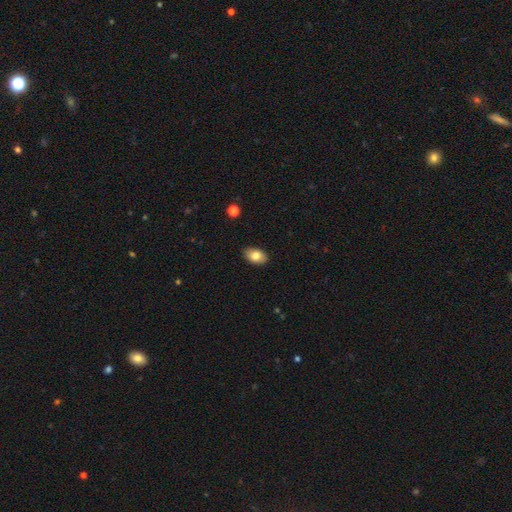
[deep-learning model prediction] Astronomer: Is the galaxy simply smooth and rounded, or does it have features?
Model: smooth — 81%.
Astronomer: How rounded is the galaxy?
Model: in between — 89%.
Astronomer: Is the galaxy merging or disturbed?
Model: none — 87%.